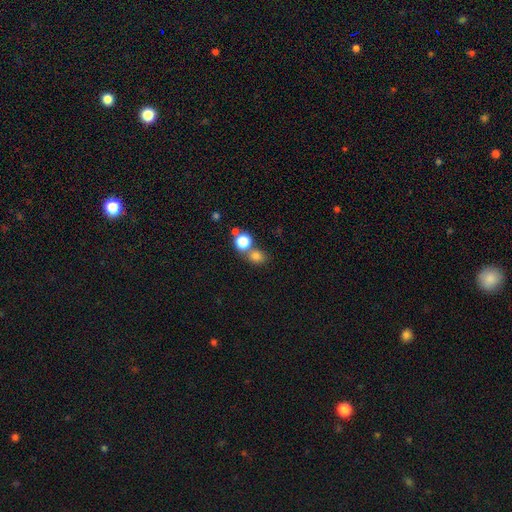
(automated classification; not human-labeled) Smooth or featured? smooth (76%)
How rounded? round (70%)
Merging? none (54%)